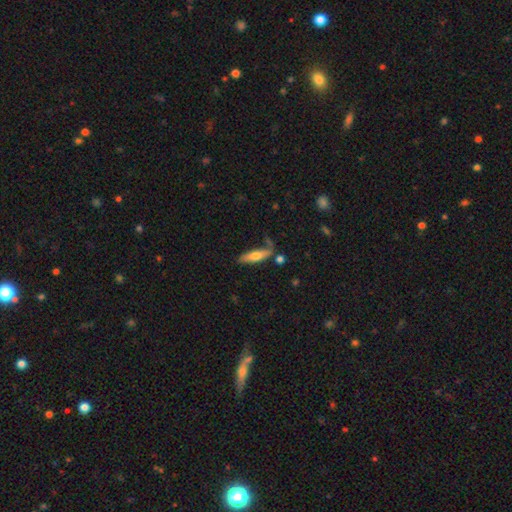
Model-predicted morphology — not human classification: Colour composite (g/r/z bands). It shows a smooth galaxy with no disk features (62%) that is cigar-shaped (66%). Merging: none (60%).